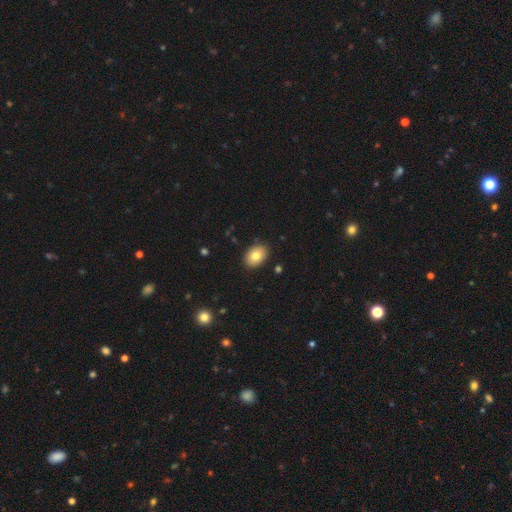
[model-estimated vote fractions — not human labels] Smooth or featured? smooth (81%)
How rounded? in between (76%)
Merging? none (89%)